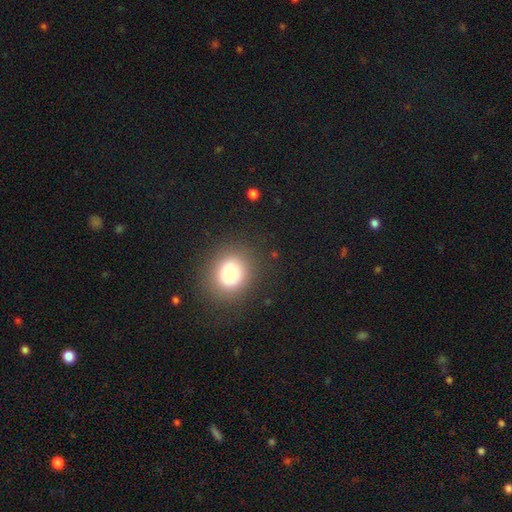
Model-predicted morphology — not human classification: This appears to be a smooth galaxy with no disk features (77%) that is round (72%). Merging: none (88%).